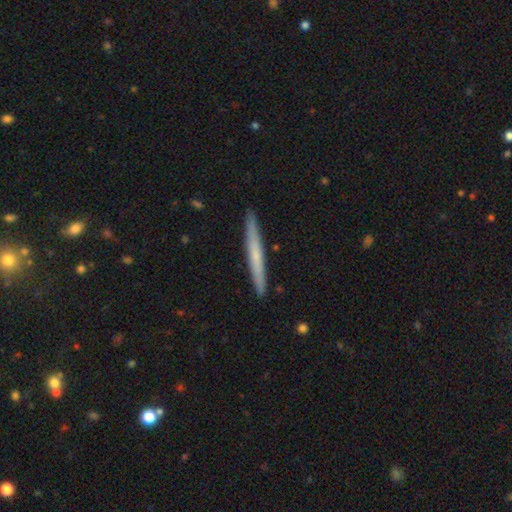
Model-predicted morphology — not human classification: smooth 54%, featured or disk 40%, star or artifact 5%. Down the decision tree: how rounded — cigar-shaped (97%); merging — none (92%).